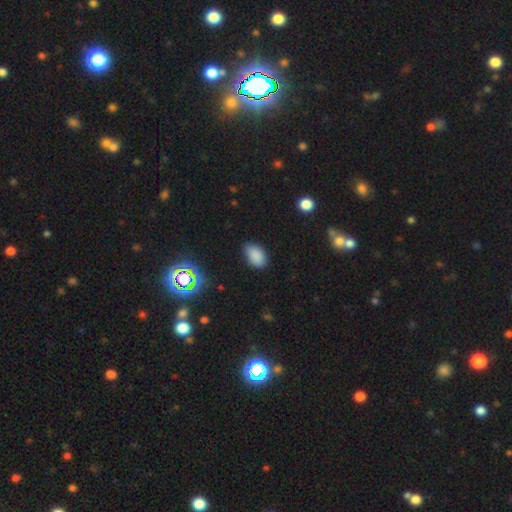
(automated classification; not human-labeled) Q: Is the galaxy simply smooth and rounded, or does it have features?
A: smooth — 83%.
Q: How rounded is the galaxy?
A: in between — 90%.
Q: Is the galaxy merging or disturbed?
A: none — 81%.